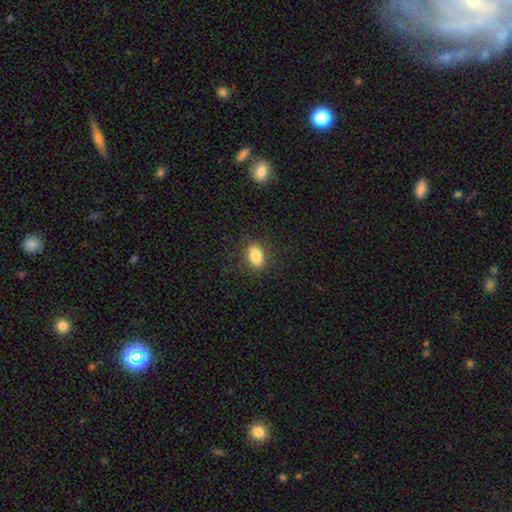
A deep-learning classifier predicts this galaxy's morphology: A smooth galaxy with no disk features (85%) that is in between round and cigar-shaped (86%). Merging: none (84%).